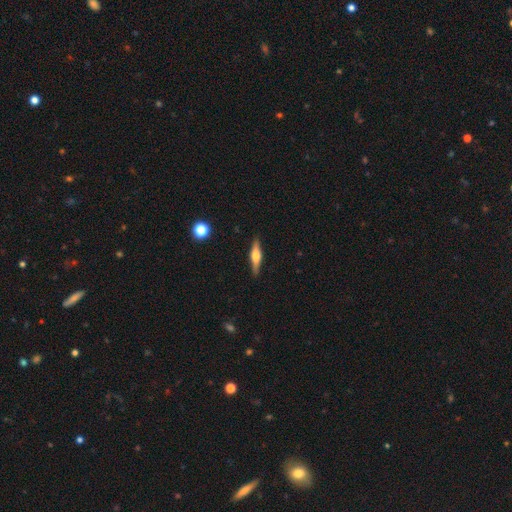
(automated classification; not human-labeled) Q: Smooth or featured?
A: featured or disk (64%); runner-up: smooth (30%)
Q: Edge-on disk?
A: yes (96%); runner-up: no (4%)
Q: Edge-on bulge?
A: rounded (92%); runner-up: boxy (6%)
Q: Merging?
A: none (90%); runner-up: minor disturbance (8%)